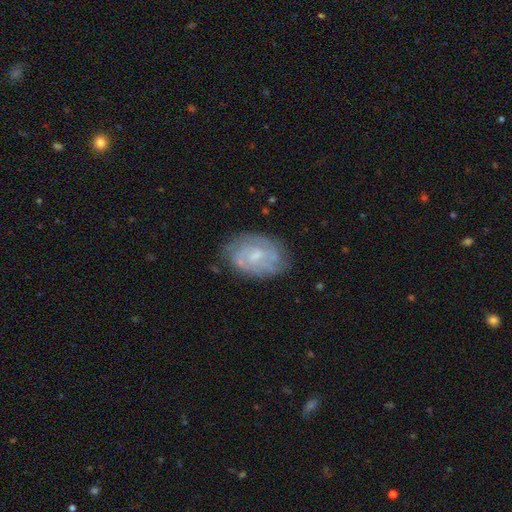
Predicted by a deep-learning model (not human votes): Smooth or featured?
  - featured or disk: 70% *
  - smooth: 22%
  - star or artifact: 8%
Edge-on disk?
  - no: 97% *
  - yes: 3%
Bar?
  - no: 53% *
  - weak: 41%
  - strong: 6%
Spiral arms?
  - yes: 84% *
  - no: 16%
Spiral winding?
  - tight: 57% *
  - medium: 33%
  - loose: 10%
Spiral arm count?
  - can't tell: 40% *
  - 2: 37%
  - 3: 11%
  - 4: 4%
  - 1: 4%
  - more than 4: 3%
Bulge size?
  - small: 49% *
  - moderate: 35%
  - none: 13%
  - large: 2%
  - dominant: 1%
Merging?
  - none: 75% *
  - minor disturbance: 18%
  - major disturbance: 6%
  - merger: 2%